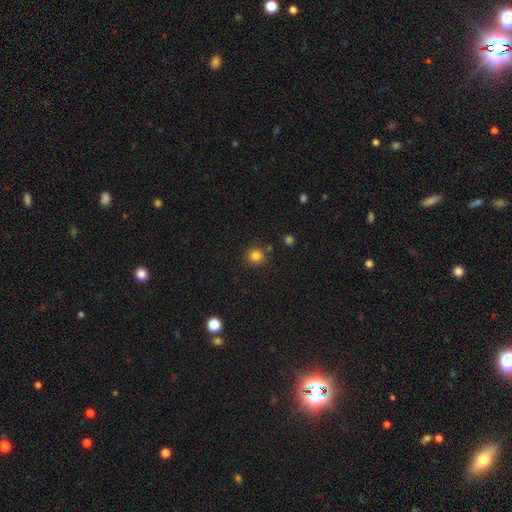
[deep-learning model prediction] Smooth or featured? smooth (83%)
How rounded? round (89%)
Merging? none (84%)